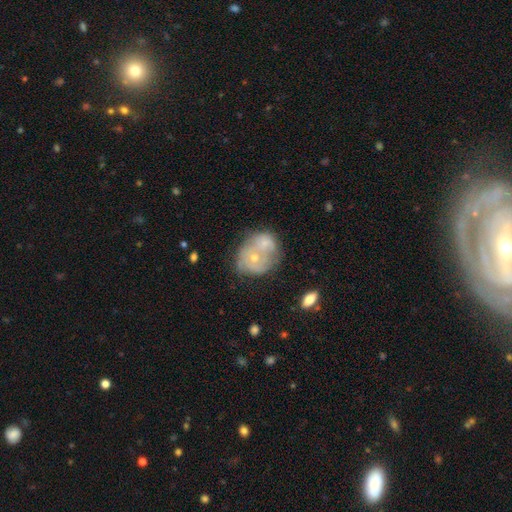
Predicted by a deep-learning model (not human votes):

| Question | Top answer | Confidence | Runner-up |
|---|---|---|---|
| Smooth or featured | featured or disk | 53% | smooth (37%) |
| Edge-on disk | no | 97% | yes (3%) |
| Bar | no | 86% | weak (11%) |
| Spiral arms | no | 59% | yes (41%) |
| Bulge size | small | 61% | moderate (34%) |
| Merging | merger | 52% | none (28%) |